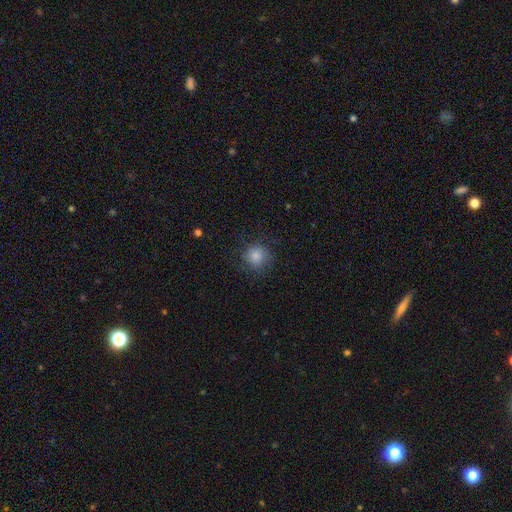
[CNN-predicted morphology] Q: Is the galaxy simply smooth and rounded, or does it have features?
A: smooth — 78%.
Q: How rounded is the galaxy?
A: round — 91%.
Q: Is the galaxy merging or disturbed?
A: none — 79%.